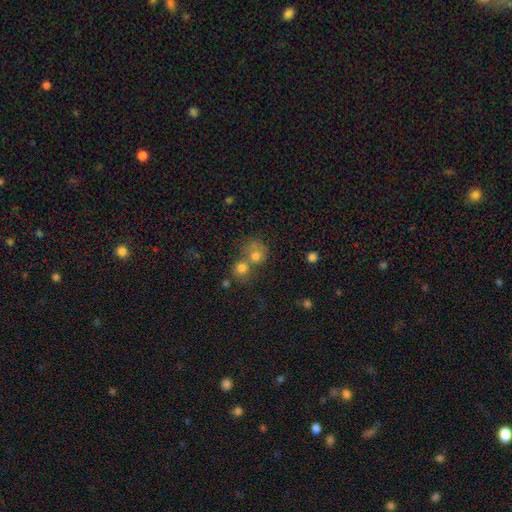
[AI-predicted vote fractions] smooth 71%, featured or disk 15%, star or artifact 14%. Down the decision tree: how rounded — round (77%); merging — merger (56%).